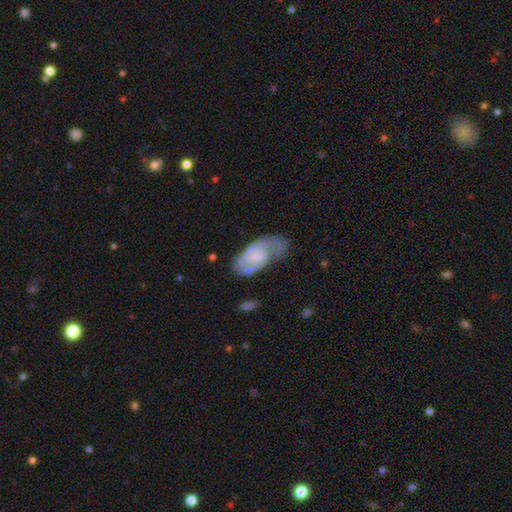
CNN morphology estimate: Q: Smooth or featured?
A: featured or disk (79%); runner-up: smooth (16%)
Q: Edge-on disk?
A: no (96%); runner-up: yes (4%)
Q: Bar?
A: weak (50%); runner-up: no (39%)
Q: Spiral arms?
A: yes (94%); runner-up: no (6%)
Q: Spiral winding?
A: medium (52%); runner-up: tight (28%)
Q: Spiral arm count?
A: 2 (78%); runner-up: can't tell (10%)
Q: Bulge size?
A: small (55%); runner-up: none (21%)
Q: Merging?
A: none (62%); runner-up: minor disturbance (24%)